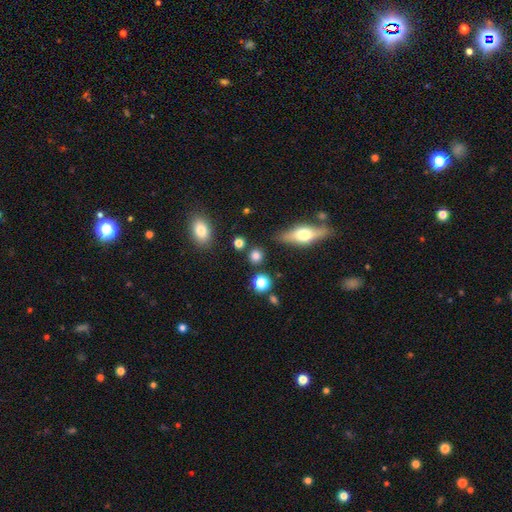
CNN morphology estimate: type=smooth (79%); roundness=round (84%); merging=none (82%).